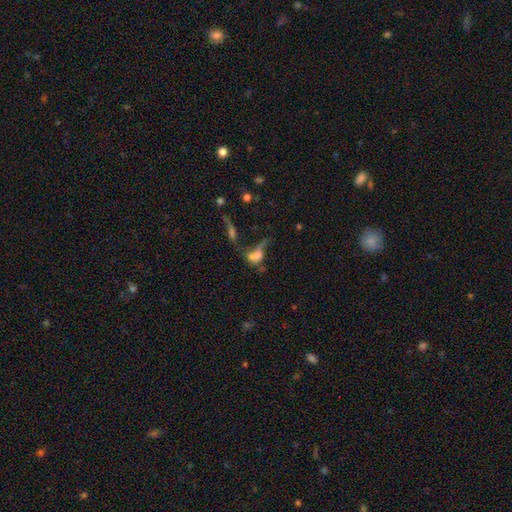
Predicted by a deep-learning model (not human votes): smooth_or_featured: smooth (p=0.51) [alt: featured or disk p=0.33]
how_rounded: in between (p=0.69) [alt: round p=0.21]
merging: merger (p=0.52) [alt: major disturbance p=0.23]